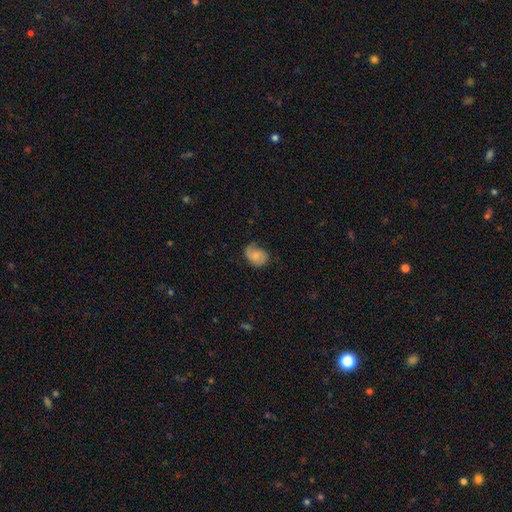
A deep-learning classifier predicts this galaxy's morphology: Smooth or featured?
  - smooth: 62% *
  - featured or disk: 31%
  - star or artifact: 8%
How rounded?
  - in between: 68% *
  - round: 31%
  - cigar-shaped: 1%
Merging?
  - none: 51% *
  - minor disturbance: 34%
  - major disturbance: 13%
  - merger: 2%